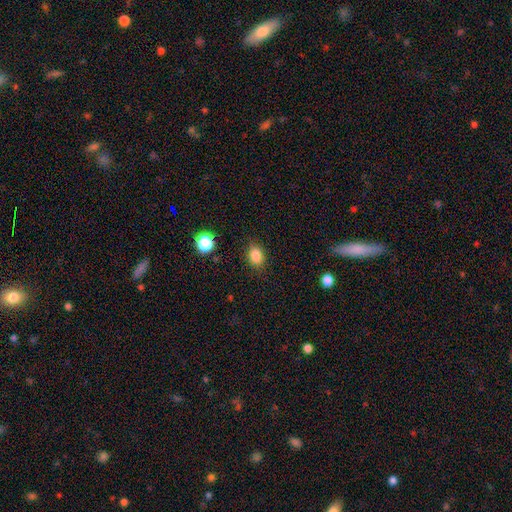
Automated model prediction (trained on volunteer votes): This is clearly a smooth galaxy (84%). How rounded: likely in between (69%). Merging: clearly none (85%).